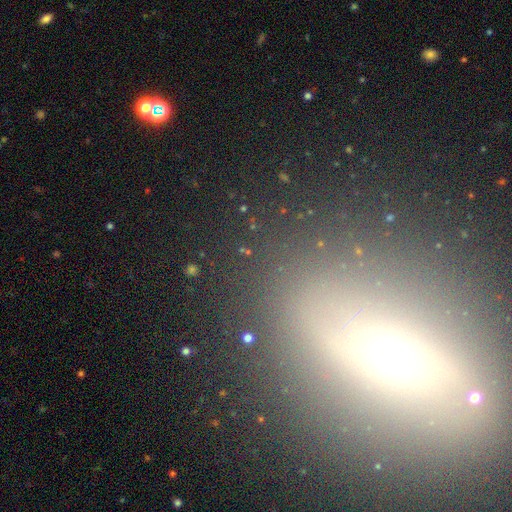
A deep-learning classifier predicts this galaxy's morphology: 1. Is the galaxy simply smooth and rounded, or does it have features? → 37% star or artifact, 34% smooth, 29% featured or disk.